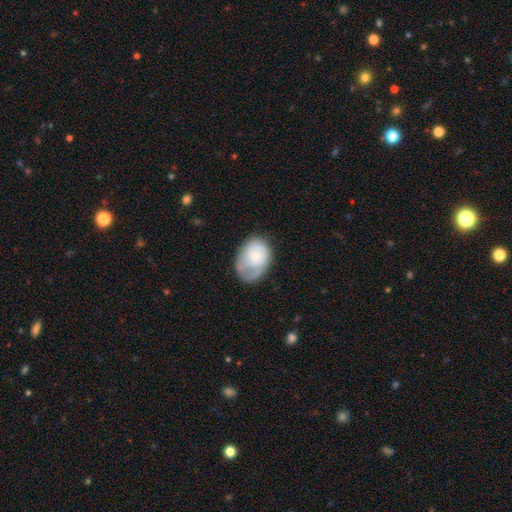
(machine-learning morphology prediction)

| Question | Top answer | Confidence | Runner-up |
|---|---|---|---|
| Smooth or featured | smooth | 55% | featured or disk (39%) |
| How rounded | in between | 65% | round (34%) |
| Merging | minor disturbance | 35% | tied: none (35%) |